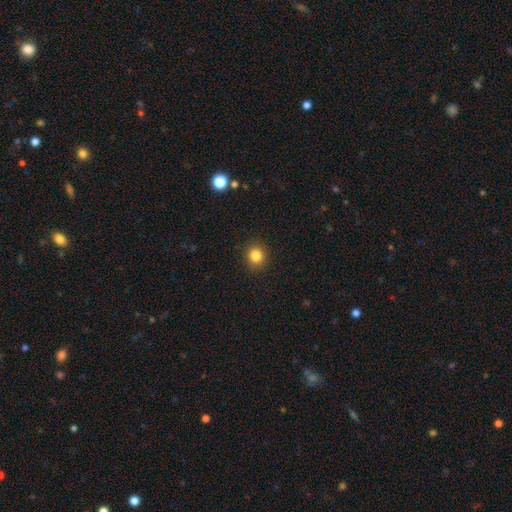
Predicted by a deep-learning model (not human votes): A smooth galaxy with no disk features (84%) that is round (83%). Merging: none (90%).